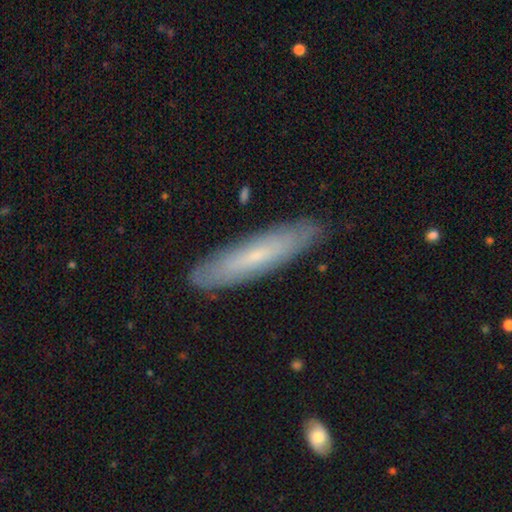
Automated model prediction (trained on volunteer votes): A smooth galaxy with no disk features (52%) that is cigar-shaped (83%). Merging: none (88%).